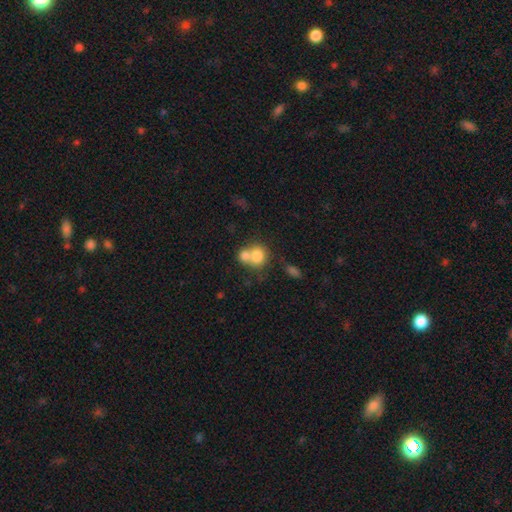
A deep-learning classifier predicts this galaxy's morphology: type=smooth (76%); roundness=round (69%); merging=merger (63%).